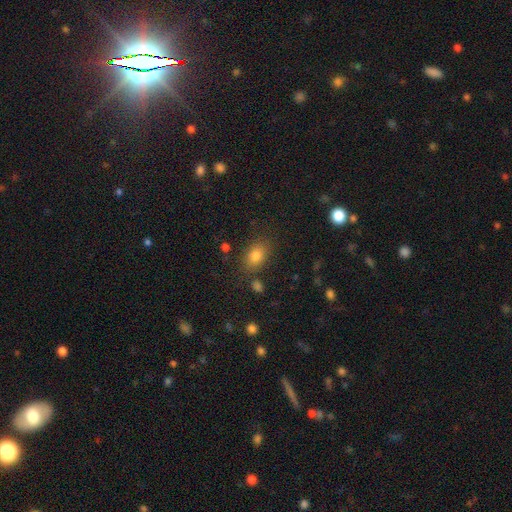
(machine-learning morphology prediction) type=smooth (81%); roundness=in between (77%); merging=none (80%).